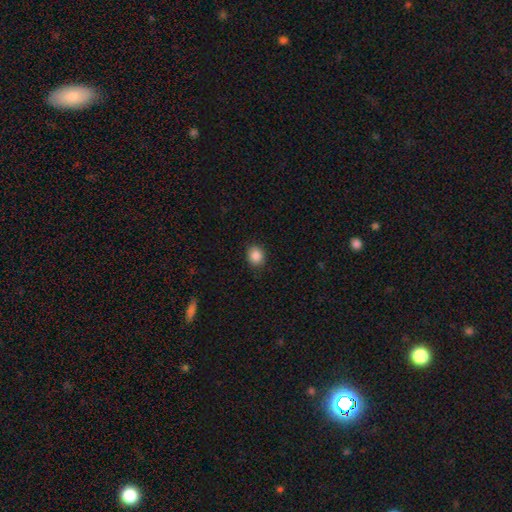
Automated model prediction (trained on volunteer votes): Overall: smooth (87%). How rounded: round (70%). Merging: none (88%).